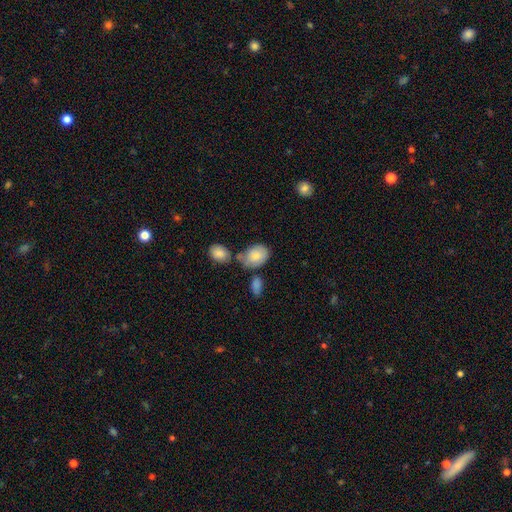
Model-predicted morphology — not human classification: type=smooth (80%); roundness=in between (75%); merging=none (44%).